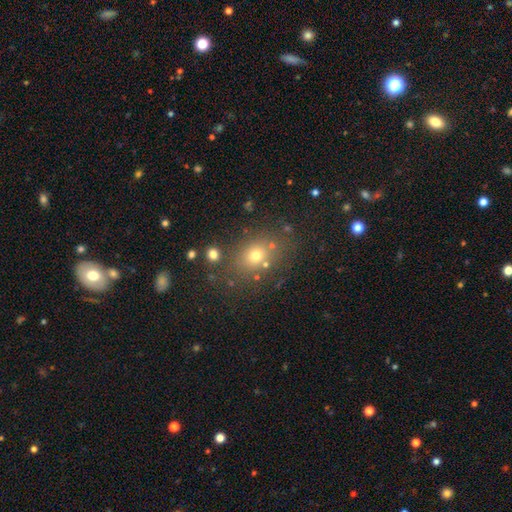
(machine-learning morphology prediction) A smooth galaxy with no disk features (68%) that is in between round and cigar-shaped (50%). Merging: none (77%).